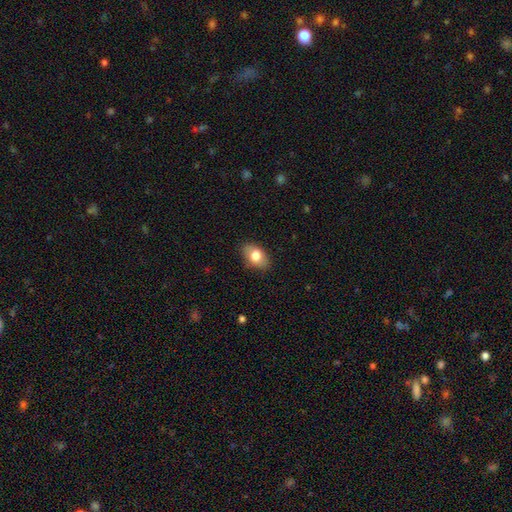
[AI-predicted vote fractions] smooth 79%, featured or disk 14%, star or artifact 7%. Down the decision tree: how rounded — in between (89%); merging — none (84%).